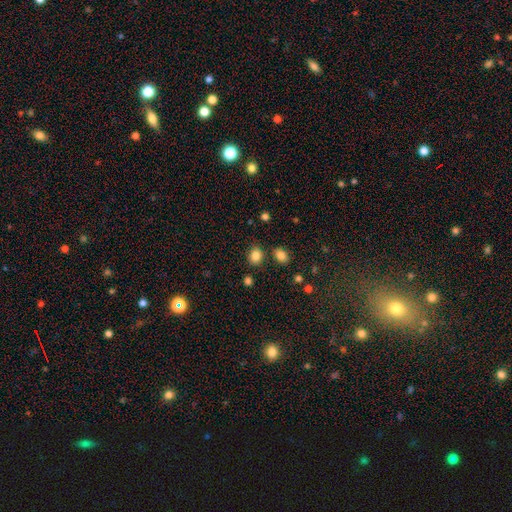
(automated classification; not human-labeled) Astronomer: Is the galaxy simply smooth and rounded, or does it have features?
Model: smooth — 85%.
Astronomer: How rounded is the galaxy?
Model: round — 50% (runner-up: in between, 49%).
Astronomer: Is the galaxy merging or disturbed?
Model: none — 79%.